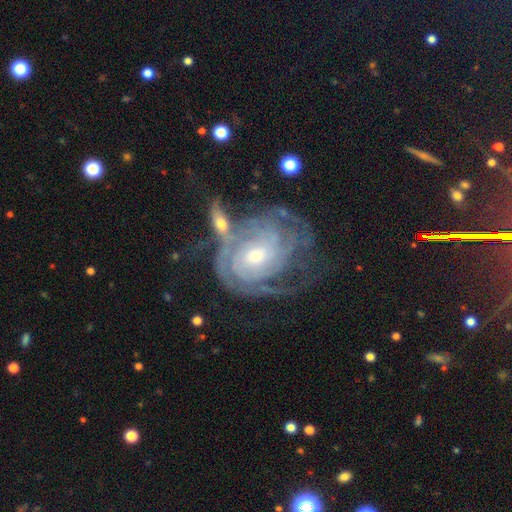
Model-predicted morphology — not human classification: A featured or disk galaxy (88%) with no bar (67%), tight (76%) spiral arms (96%) and a small central bulge (56%).

Vote fractions:
- Smooth or featured? featured or disk: 88% / smooth: 6% / star or artifact: 5%
- Edge-on disk? no: 96% / yes: 4%
- Bar? no: 67% / weak: 25% / strong: 7%
- Spiral arms? yes: 96% / no: 4%
- Spiral winding? tight: 76% / medium: 19% / loose: 5%
- Spiral arm count? can't tell: 38% / 2: 18% / 3: 18% / 4: 13% / more than 4: 7% / 1: 6%
- Bulge size? small: 56% / moderate: 39% / large: 3% / none: 1% / dominant: 1%
- Merging? none: 44% / merger: 20% / minor disturbance: 19% / major disturbance: 17%